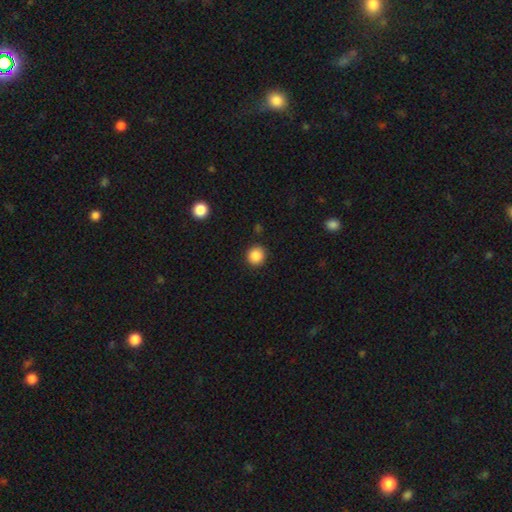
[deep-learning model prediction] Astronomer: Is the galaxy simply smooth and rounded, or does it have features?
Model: smooth — 87%.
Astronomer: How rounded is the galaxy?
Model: round — 92%.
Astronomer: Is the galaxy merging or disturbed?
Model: none — 90%.